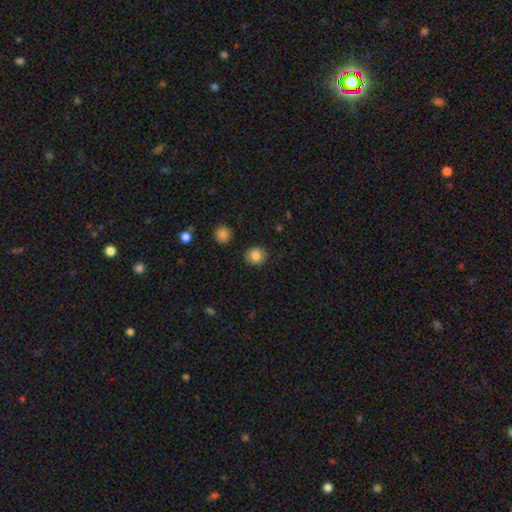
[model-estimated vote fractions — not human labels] Smooth or featured: smooth — 84% (star or artifact — 9%)
How rounded: round — 85% (in between — 14%)
Merging: none — 88% (minor disturbance — 8%)